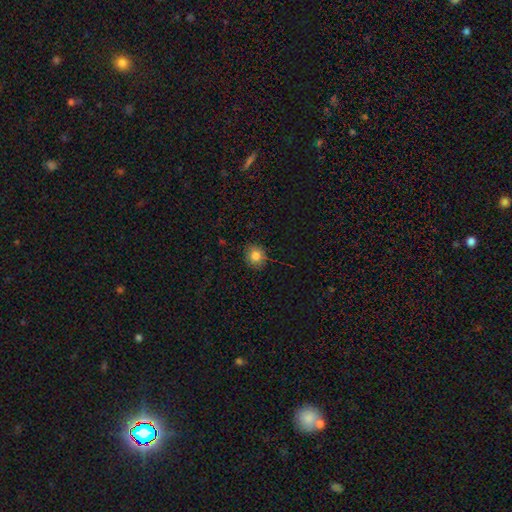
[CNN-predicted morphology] This is clearly a smooth galaxy (80%). How rounded: clearly round (81%). Merging: clearly none (86%).